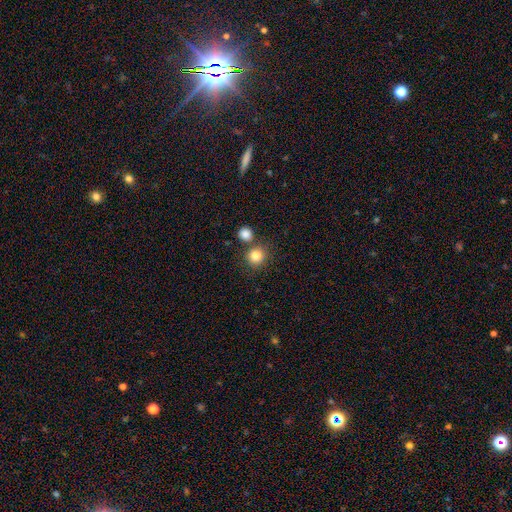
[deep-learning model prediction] This is clearly a smooth galaxy (83%). How rounded: clearly round (91%). Merging: likely none (71%).